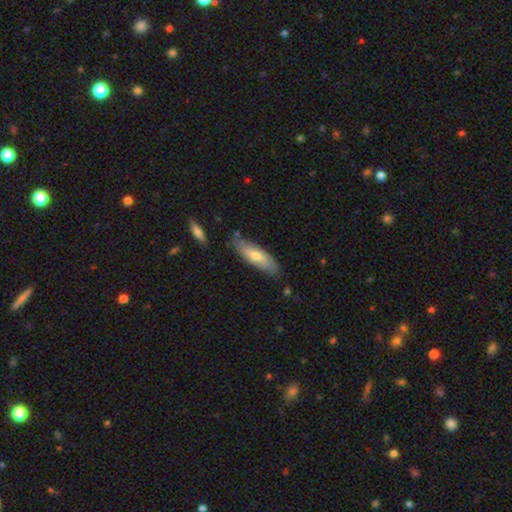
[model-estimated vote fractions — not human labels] A smooth galaxy with no disk features (64%) that is cigar-shaped (49%, tied with in between).

Vote fractions:
- Smooth or featured? smooth: 64% / featured or disk: 30% / star or artifact: 6%
- How rounded? cigar-shaped: 49% (tied) / in between: 49% (tied) / round: 2%
- Merging? none: 77% / minor disturbance: 17% / merger: 4% / major disturbance: 3%